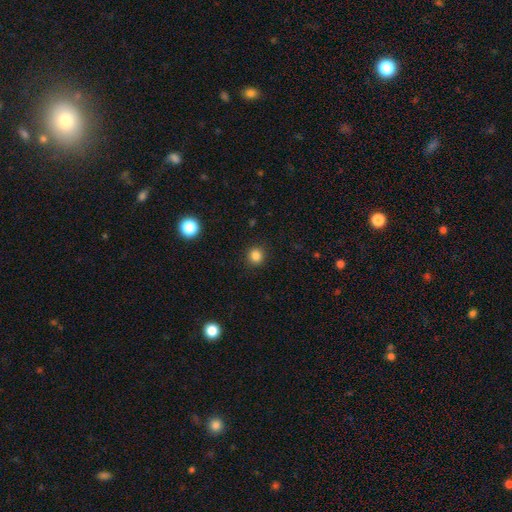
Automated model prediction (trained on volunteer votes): Smooth or featured? Predicted: smooth (p=0.84). How rounded? Predicted: round (p=0.91). Merging? Predicted: none (p=0.91).